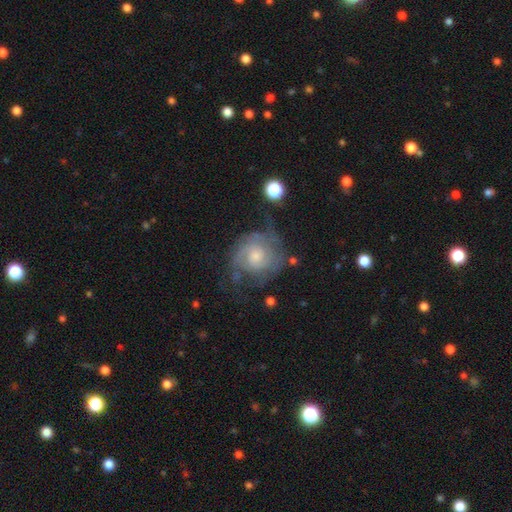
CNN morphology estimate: A featured or disk galaxy (72%) with no bar (74%), 2 (39%) tight (53%) spiral arms (87%) and a moderate central bulge (48%).

Vote fractions:
- Smooth or featured? featured or disk: 72% / smooth: 20% / star or artifact: 9%
- Edge-on disk? no: 97% / yes: 3%
- Bar? no: 74% / weak: 22% / strong: 3%
- Spiral arms? yes: 87% / no: 13%
- Spiral winding? tight: 53% / medium: 34% / loose: 13%
- Spiral arm count? 2: 39% / can't tell: 37% / 3: 12% / 1: 5% / 4: 4% / more than 4: 3%
- Bulge size? moderate: 48% / small: 40% / large: 6% / none: 4% / dominant: 1%
- Merging? none: 58% / minor disturbance: 23% / major disturbance: 17% / merger: 3%